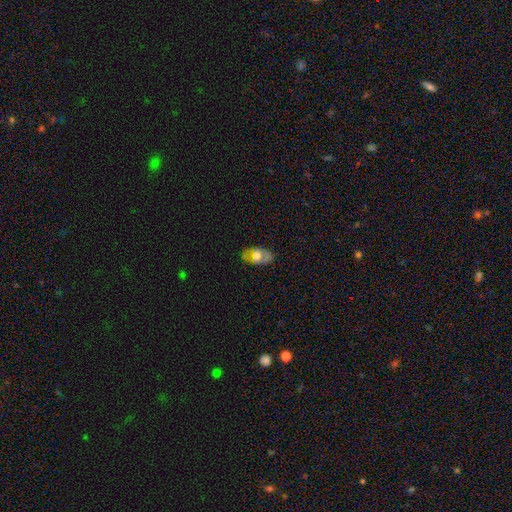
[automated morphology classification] smooth-or-featured: smooth: 48% | featured or disk: 46% | star or artifact: 7%
  merging: none: 81% | minor disturbance: 14% | major disturbance: 3% | merger: 1%